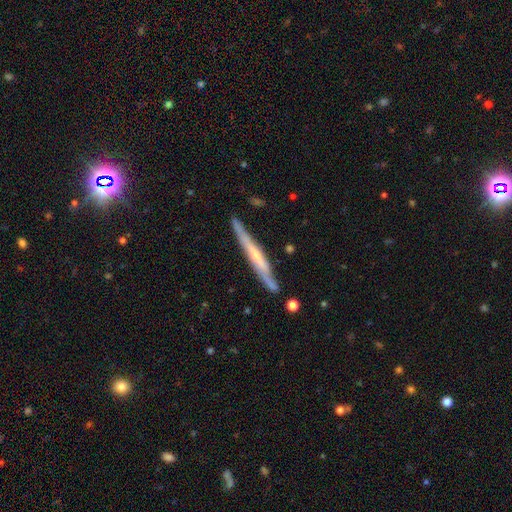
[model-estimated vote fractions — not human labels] This is likely a featured or disk galaxy (69%). It is clearly viewed edge-on (92%). Edge-on bulge: possibly none (49%). Merging: clearly none (80%).